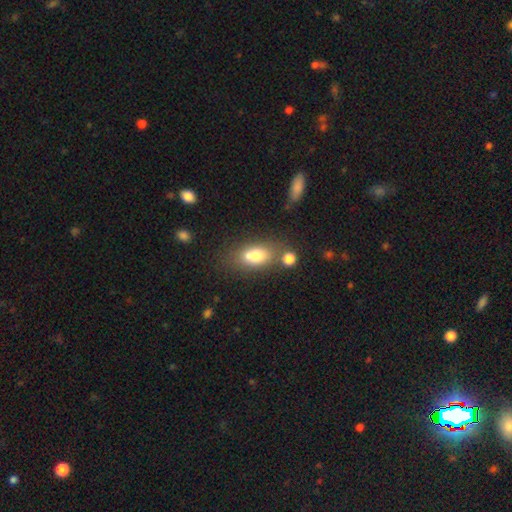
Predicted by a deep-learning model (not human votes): Overall: smooth (70%). How rounded: in between (79%). Merging: none (47%; merger 32%).